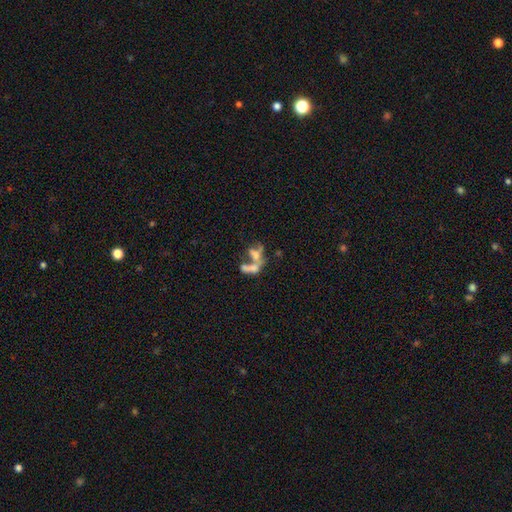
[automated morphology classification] This is marginally a featured or disk galaxy (42%). Merging: likely merger (61%).